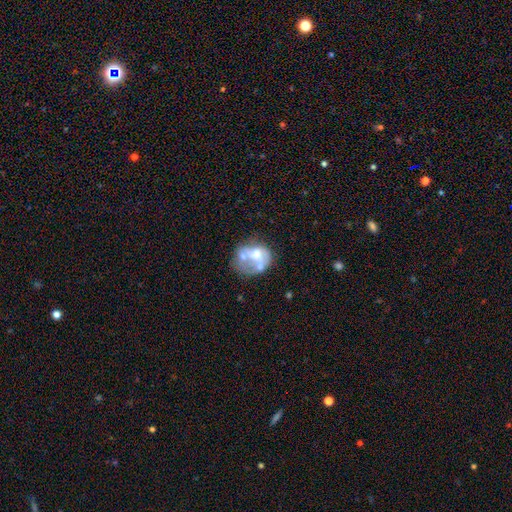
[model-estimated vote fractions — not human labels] featured or disk 57%, smooth 34%, star or artifact 9%. Down the decision tree: edge-on disk — no (98%); bar — no (84%); spiral arms — no (84%); bulge size — moderate (40%); merging — none (30%).